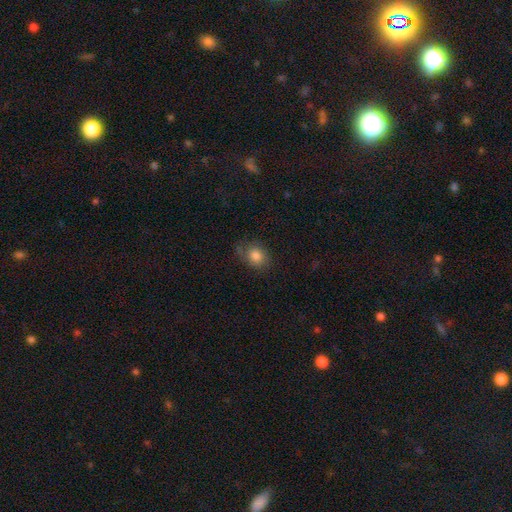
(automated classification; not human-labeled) A smooth galaxy with no disk features (81%) that is in between round and cigar-shaped (51%).

Vote fractions:
- Smooth or featured? smooth: 81% / star or artifact: 10% / featured or disk: 9%
- How rounded? in between: 51% / round: 48% / cigar-shaped: 1%
- Merging? none: 71% / minor disturbance: 21% / major disturbance: 6% / merger: 2%